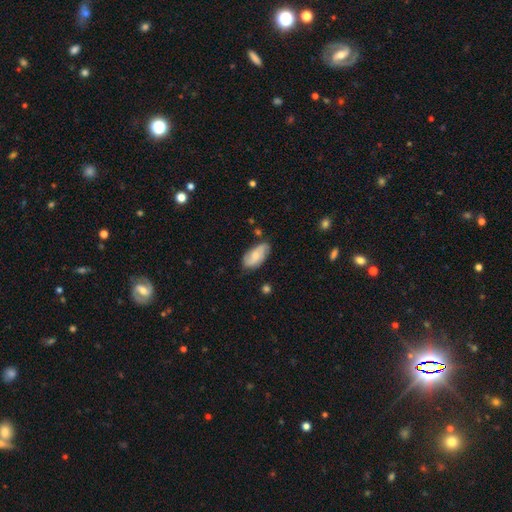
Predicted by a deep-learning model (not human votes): A smooth galaxy with no disk features (50%) that is in between round and cigar-shaped (91%). Merging: none (71%).